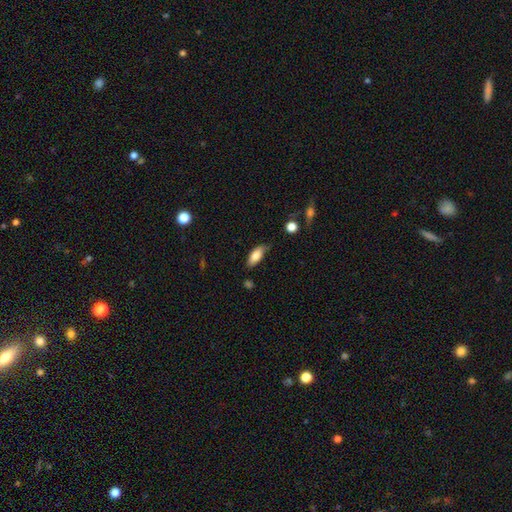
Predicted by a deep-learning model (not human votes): Q: Smooth or featured?
A: smooth (82%); runner-up: featured or disk (12%)
Q: How rounded?
A: in between (83%); runner-up: cigar-shaped (15%)
Q: Merging?
A: none (68%); runner-up: minor disturbance (25%)